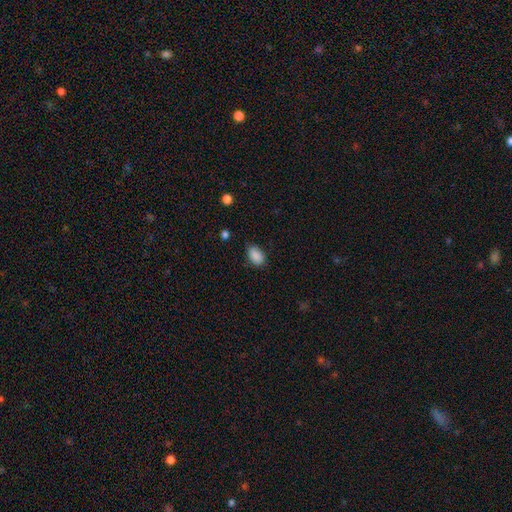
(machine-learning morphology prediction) Smooth or featured? smooth (88%)
How rounded? in between (87%)
Merging? none (76%)